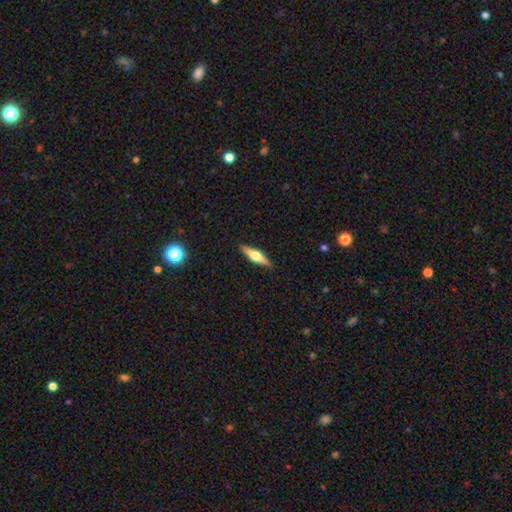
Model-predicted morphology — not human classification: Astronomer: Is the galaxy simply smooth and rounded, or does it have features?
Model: featured or disk — 60%.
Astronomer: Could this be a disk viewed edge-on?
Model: yes — 96%.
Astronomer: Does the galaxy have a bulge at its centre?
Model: rounded — 94%.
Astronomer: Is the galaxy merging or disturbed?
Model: none — 91%.